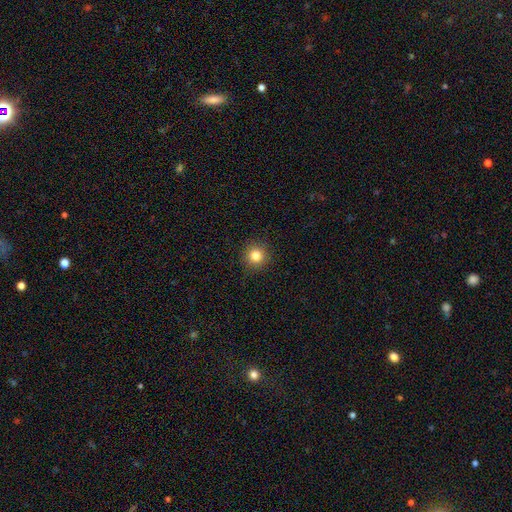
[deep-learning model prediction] smooth_or_featured: smooth (p=0.83) [alt: star or artifact p=0.12]
how_rounded: round (p=0.95) [alt: in between p=0.04]
merging: none (p=0.91) [alt: minor disturbance p=0.06]